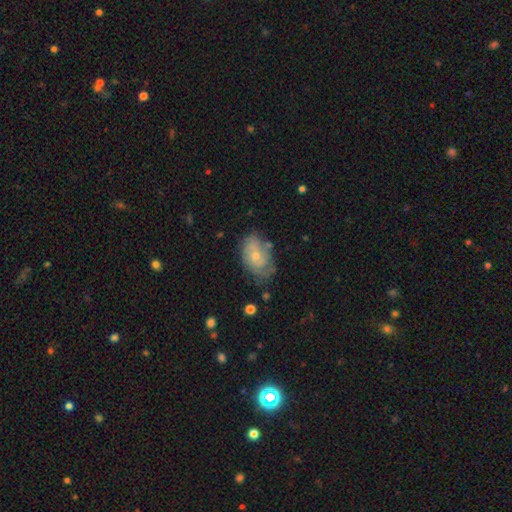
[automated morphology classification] This appears to be a featured or disk galaxy (60%) with no bar (74%), spiral arms (80%) and a small central bulge (60%). Merging: none (61%).